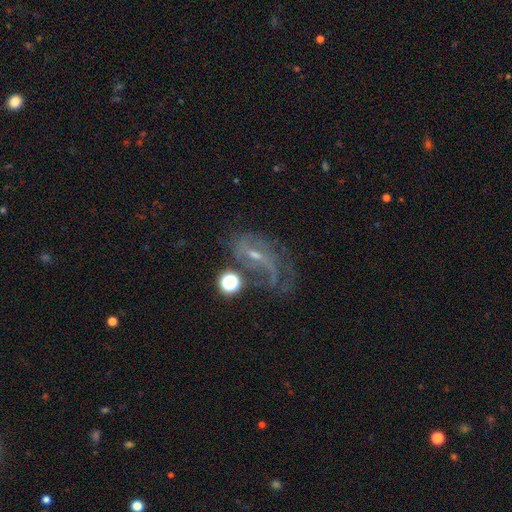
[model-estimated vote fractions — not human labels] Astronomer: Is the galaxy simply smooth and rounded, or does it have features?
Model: featured or disk — 75%.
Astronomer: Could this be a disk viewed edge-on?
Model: no — 94%.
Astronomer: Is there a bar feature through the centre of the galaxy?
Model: weak — 47% (runner-up: no, 31%).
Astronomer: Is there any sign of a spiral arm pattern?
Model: yes — 85%.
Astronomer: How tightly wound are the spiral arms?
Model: loose — 44% (runner-up: medium, 37%).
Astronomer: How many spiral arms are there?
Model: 2 — 41% (runner-up: 1, 30%).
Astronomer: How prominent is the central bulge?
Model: small — 69%.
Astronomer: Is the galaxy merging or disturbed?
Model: none — 43% (runner-up: major disturbance, 29%).